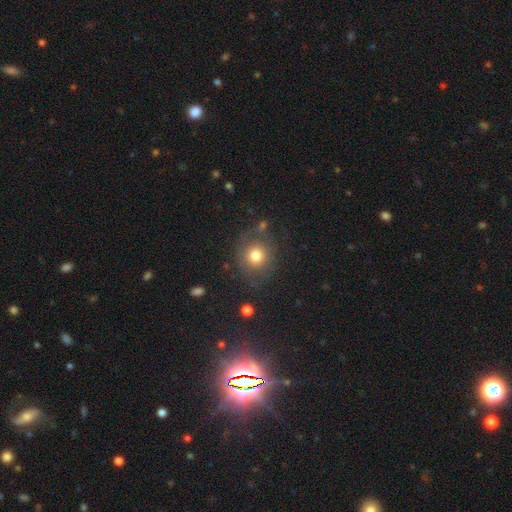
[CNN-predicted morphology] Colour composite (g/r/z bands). It shows a smooth galaxy with no disk features (70%) that is round (81%). Merging: none (70%).